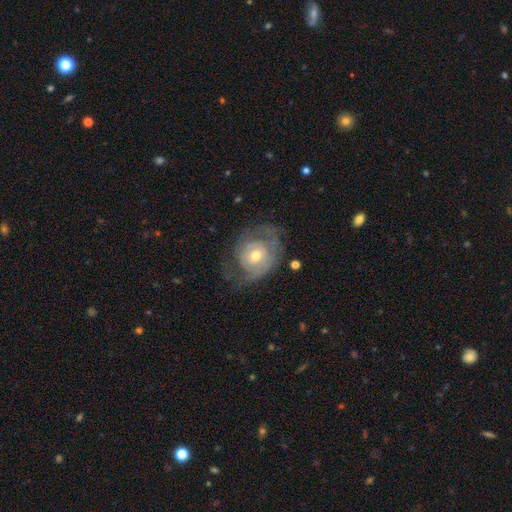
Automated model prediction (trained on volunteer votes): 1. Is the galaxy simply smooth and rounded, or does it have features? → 67% featured or disk, 27% smooth, 7% star or artifact.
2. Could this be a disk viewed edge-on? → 96% no, 4% yes.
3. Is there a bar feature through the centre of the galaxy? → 72% no, 23% weak, 4% strong.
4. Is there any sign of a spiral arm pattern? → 74% yes, 26% no.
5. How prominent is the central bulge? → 61% moderate, 32% small, 5% large, 1% none, 1% dominant.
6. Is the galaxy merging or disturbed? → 51% none, 25% minor disturbance, 22% major disturbance, 2% merger.